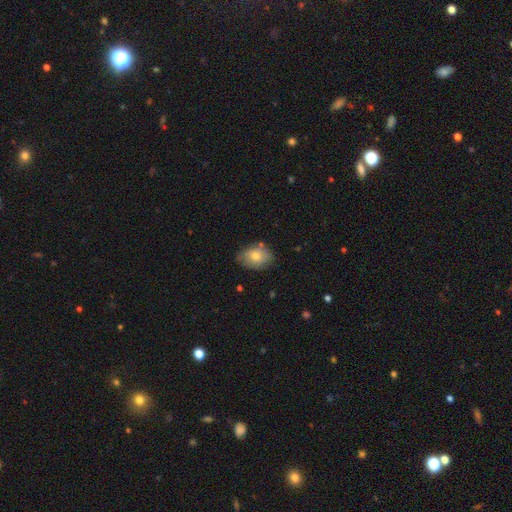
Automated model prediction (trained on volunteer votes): Smooth or featured: smooth — 72% (featured or disk — 20%)
How rounded: in between — 76% (round — 23%)
Merging: none — 70% (minor disturbance — 22%)